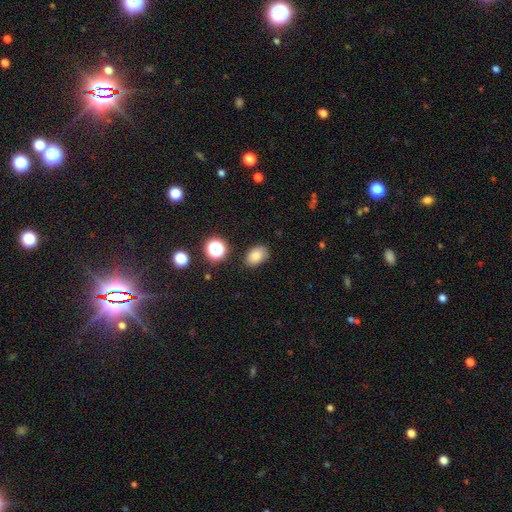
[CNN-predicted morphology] Smooth or featured: smooth — 81% (star or artifact — 12%)
How rounded: in between — 82% (round — 17%)
Merging: none — 82% (minor disturbance — 13%)